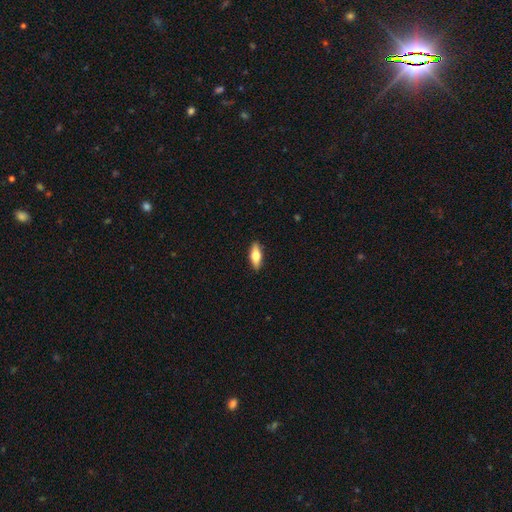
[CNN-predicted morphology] smooth-or-featured: smooth: 68% | featured or disk: 26% | star or artifact: 6%
  how-rounded: in between: 69% | cigar-shaped: 29% | round: 3%
  merging: none: 89% | minor disturbance: 8% | major disturbance: 2% | merger: 1%